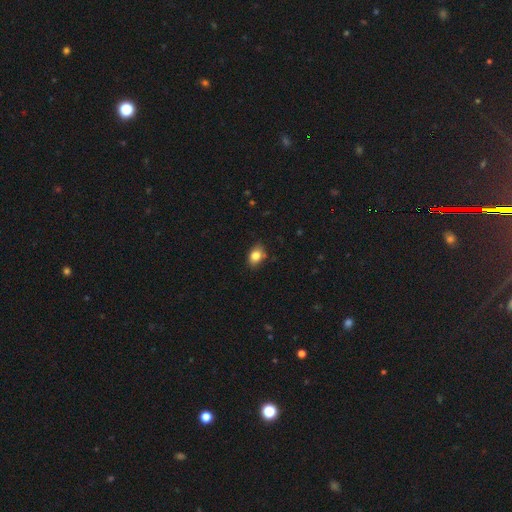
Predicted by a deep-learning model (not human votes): Smooth or featured?
  - smooth: 83% *
  - star or artifact: 9%
  - featured or disk: 8%
How rounded?
  - in between: 71% *
  - round: 28%
  - cigar-shaped: 1%
Merging?
  - none: 79% *
  - minor disturbance: 16%
  - major disturbance: 3%
  - merger: 2%